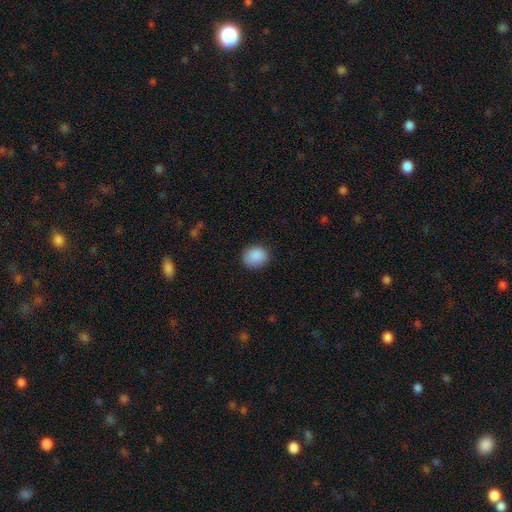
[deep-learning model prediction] Smooth or featured: smooth — 89% (star or artifact — 8%)
How rounded: round — 71% (in between — 28%)
Merging: none — 86% (minor disturbance — 10%)